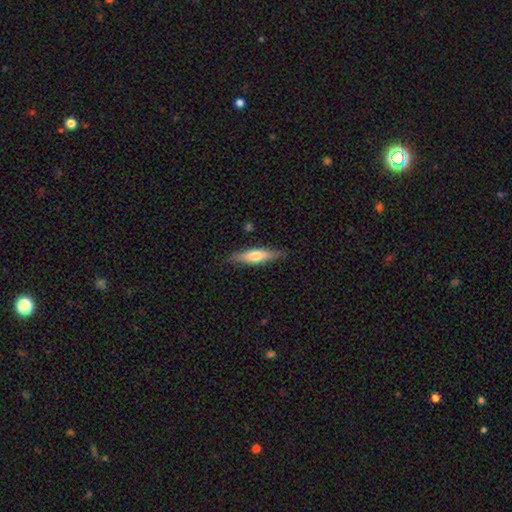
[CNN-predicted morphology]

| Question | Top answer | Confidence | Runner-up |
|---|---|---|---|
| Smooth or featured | smooth | 60% | featured or disk (34%) |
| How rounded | cigar-shaped | 72% | in between (26%) |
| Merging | none | 86% | minor disturbance (11%) |